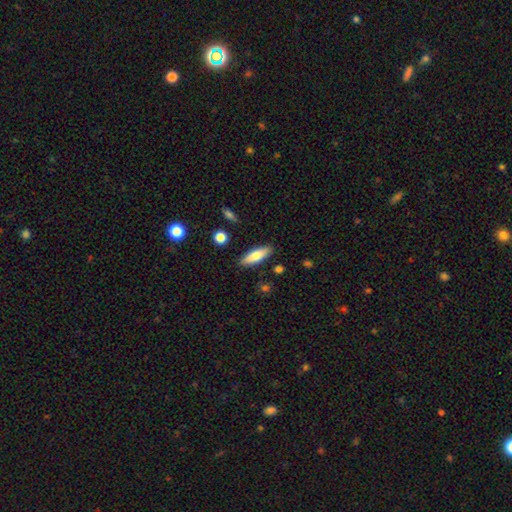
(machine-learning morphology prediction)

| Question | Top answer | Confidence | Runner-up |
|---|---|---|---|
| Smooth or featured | smooth | 73% | featured or disk (21%) |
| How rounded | in between | 50% | cigar-shaped (48%) |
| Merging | none | 87% | minor disturbance (9%) |